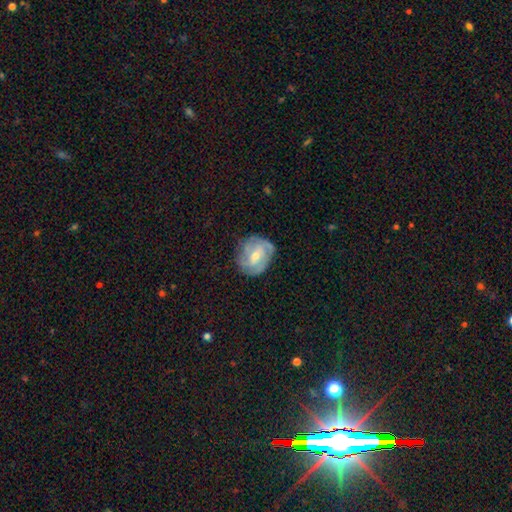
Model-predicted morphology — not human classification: smooth-or-featured: featured or disk: 71% | smooth: 22% | star or artifact: 7%
  disk-edge-on: no: 97% | yes: 3%
    bar: weak: 48% | no: 33% | strong: 19%
    has-spiral-arms: yes: 83% | no: 17%
      spiral-winding: tight: 53% | medium: 34% | loose: 13%
      spiral-arm-count: can't tell: 35% | 2: 29% | 3: 22% | 4: 7% | 1: 4% | more than 4: 3%
    bulge-size: moderate: 55% | small: 41% | large: 2% | none: 2% | dominant: 1%
  merging: none: 71% | minor disturbance: 21% | major disturbance: 7% | merger: 1%